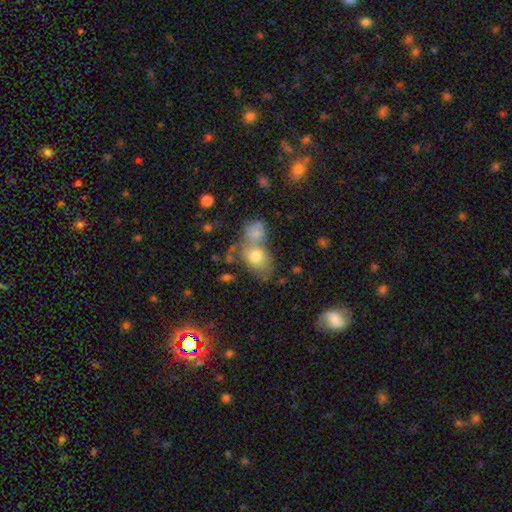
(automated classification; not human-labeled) Q: Smooth or featured?
A: smooth (74%); runner-up: featured or disk (17%)
Q: How rounded?
A: in between (69%); runner-up: round (30%)
Q: Merging?
A: merger (53%); runner-up: none (30%)